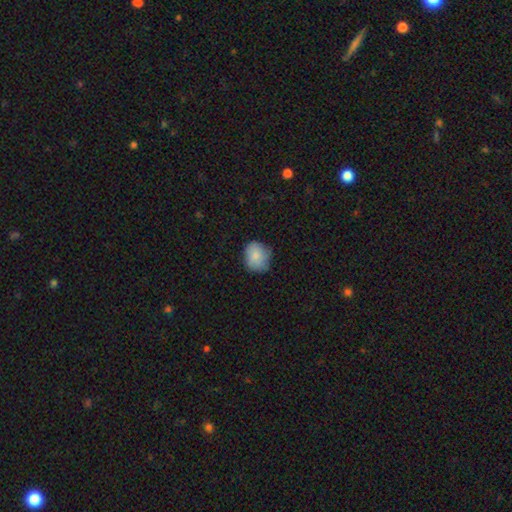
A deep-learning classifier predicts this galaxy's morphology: smooth 83%, featured or disk 10%, star or artifact 7%. Down the decision tree: how rounded — round (67%); merging — none (69%).